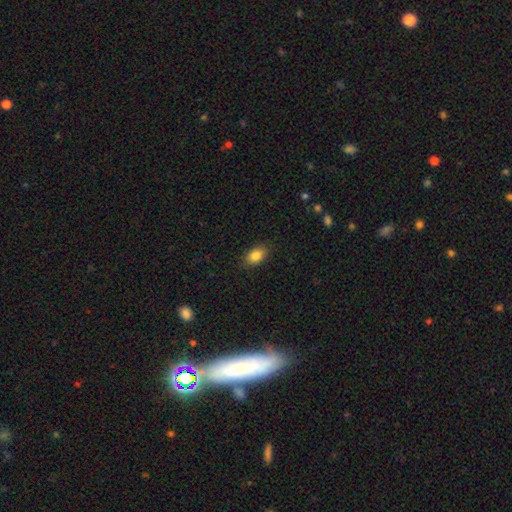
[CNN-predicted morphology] Q: Smooth or featured?
A: smooth (84%); runner-up: star or artifact (9%)
Q: How rounded?
A: in between (85%); runner-up: round (13%)
Q: Merging?
A: none (86%); runner-up: minor disturbance (11%)